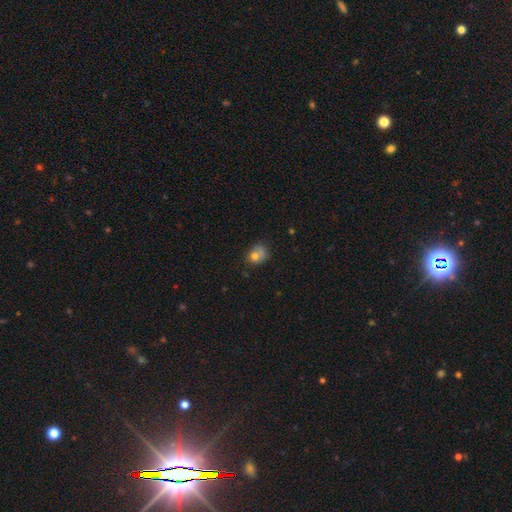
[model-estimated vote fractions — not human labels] Smooth or featured? smooth (71%)
How rounded? round (54%)
Merging? none (40%)